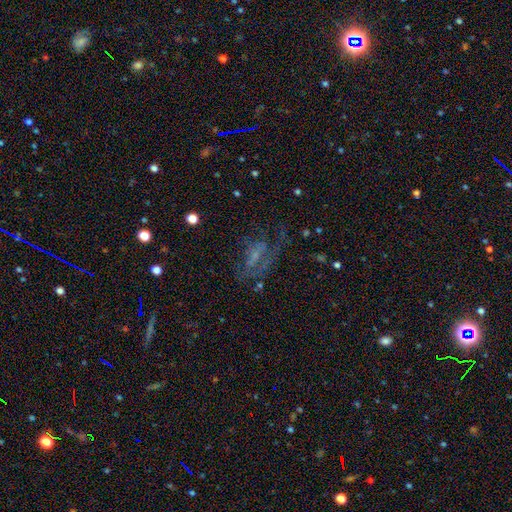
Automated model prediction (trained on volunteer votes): Morphology: type=featured or disk (55%); edge-on=no (94%); bar=no (56%); spiral arms=yes (58%); bulge=small (44%); merging=none (39%).